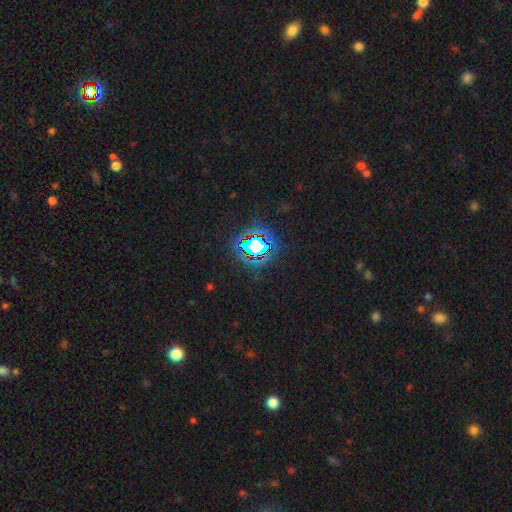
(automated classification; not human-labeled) A star or artifact, not a galaxy (71%).

Vote fractions:
- Smooth or featured? star or artifact: 71% / smooth: 18% / featured or disk: 11%